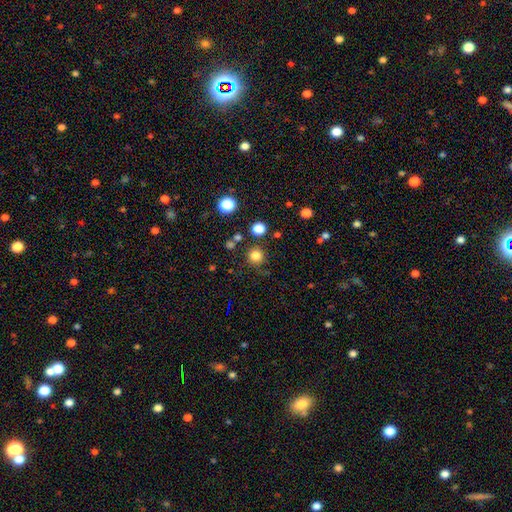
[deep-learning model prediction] smooth 81%, star or artifact 14%, featured or disk 5%. Down the decision tree: how rounded — round (94%); merging — none (83%).